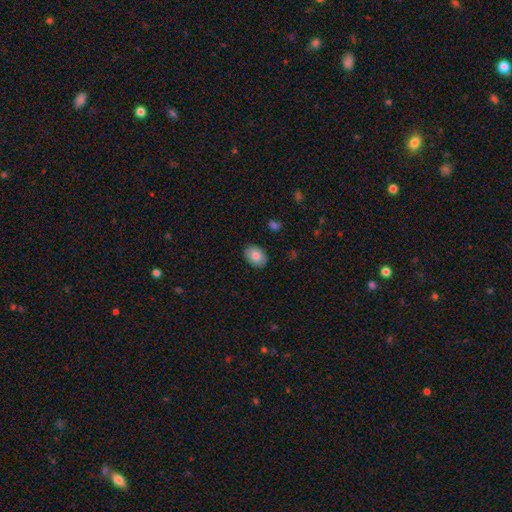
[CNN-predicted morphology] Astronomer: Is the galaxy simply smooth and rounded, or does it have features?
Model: smooth — 84%.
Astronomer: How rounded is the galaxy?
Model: in between — 78%.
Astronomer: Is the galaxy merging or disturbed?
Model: none — 87%.